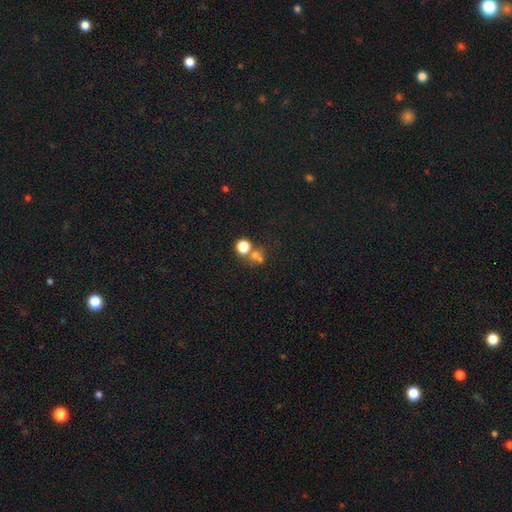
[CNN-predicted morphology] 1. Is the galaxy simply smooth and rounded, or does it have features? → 62% smooth, 24% star or artifact, 13% featured or disk.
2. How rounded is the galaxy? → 78% round, 21% in between, 1% cigar-shaped.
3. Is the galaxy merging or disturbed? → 45% none, 41% merger, 8% minor disturbance, 6% major disturbance.